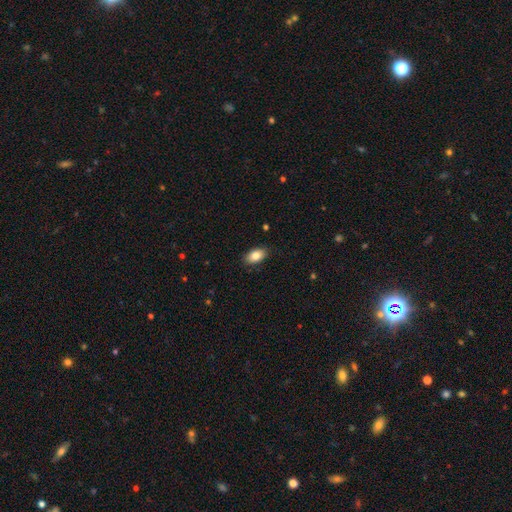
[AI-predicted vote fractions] Smooth or featured? smooth (84%)
How rounded? in between (92%)
Merging? none (87%)